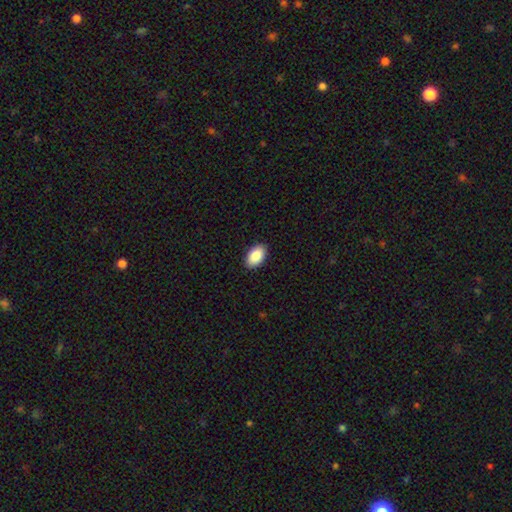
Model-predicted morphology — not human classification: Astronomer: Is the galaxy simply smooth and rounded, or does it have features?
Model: smooth — 89%.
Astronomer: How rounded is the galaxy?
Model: in between — 94%.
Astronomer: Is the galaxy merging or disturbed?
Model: none — 90%.